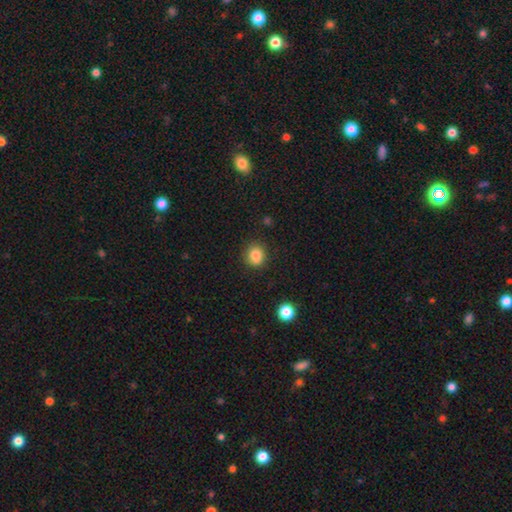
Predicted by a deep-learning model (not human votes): A smooth galaxy with no disk features (84%) that is round (76%).

Vote fractions:
- Smooth or featured? smooth: 84% / star or artifact: 11% / featured or disk: 5%
- How rounded? round: 76% / in between: 23% / cigar-shaped: 1%
- Merging? none: 84% / minor disturbance: 11% / major disturbance: 3% / merger: 2%